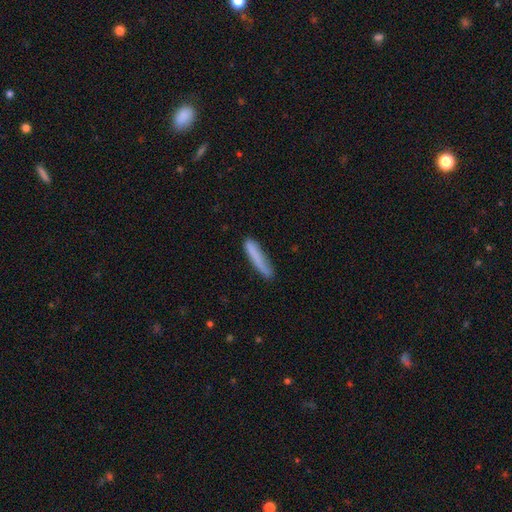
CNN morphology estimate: Smooth or featured? smooth (78%)
How rounded? cigar-shaped (92%)
Merging? none (76%)